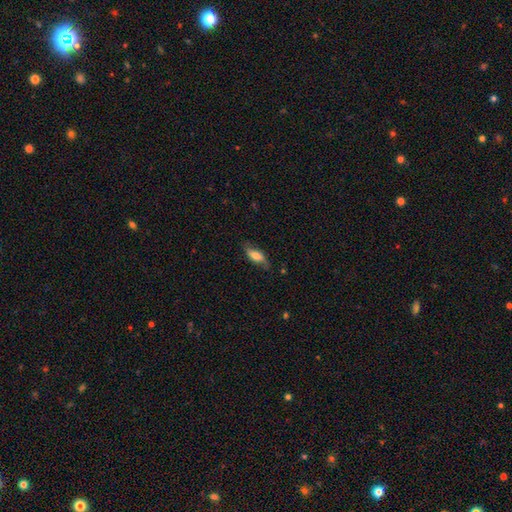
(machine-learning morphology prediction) Smooth or featured? smooth (55%)
How rounded? in between (72%)
Merging? none (72%)